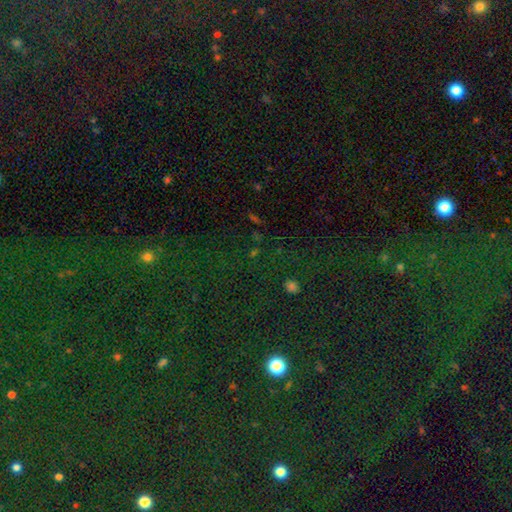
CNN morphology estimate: Q: Smooth or featured?
A: star or artifact (77%); runner-up: smooth (15%)